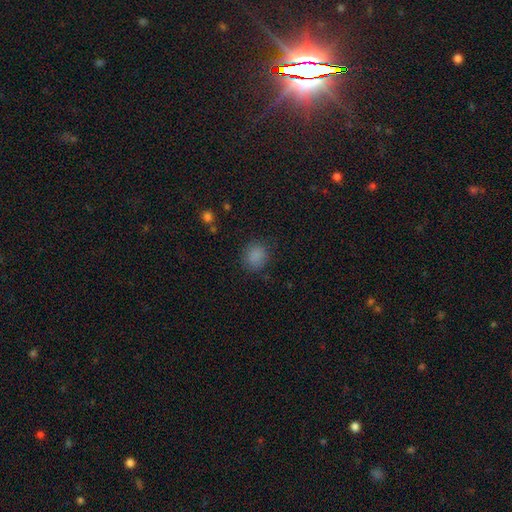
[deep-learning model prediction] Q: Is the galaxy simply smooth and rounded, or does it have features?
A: smooth — 85%.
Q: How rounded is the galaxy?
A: round — 80%.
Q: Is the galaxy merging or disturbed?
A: none — 83%.